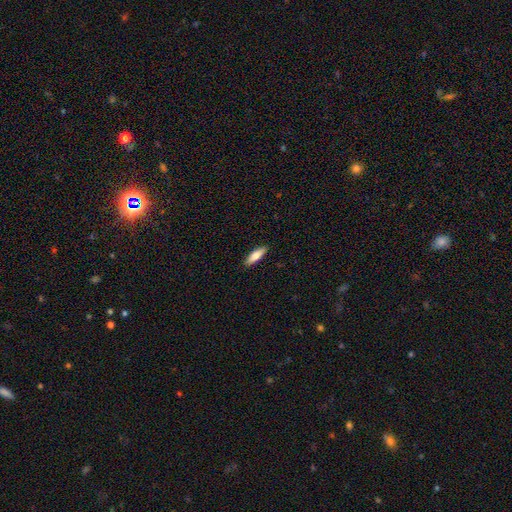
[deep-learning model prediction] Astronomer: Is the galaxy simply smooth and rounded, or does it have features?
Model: smooth — 77%.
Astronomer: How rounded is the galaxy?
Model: cigar-shaped — 52% (runner-up: in between, 46%).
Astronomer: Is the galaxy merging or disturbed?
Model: none — 90%.